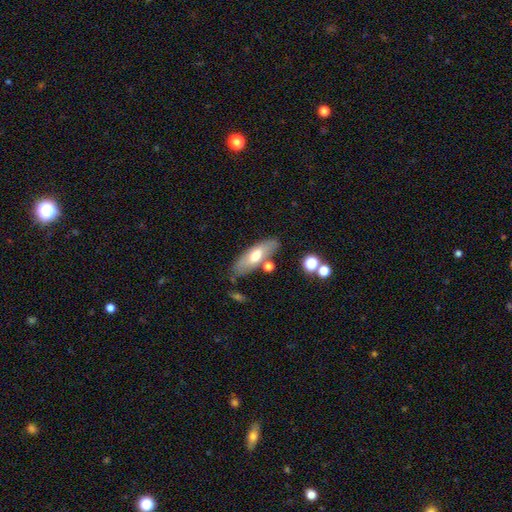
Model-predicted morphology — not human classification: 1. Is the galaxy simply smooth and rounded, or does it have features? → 61% smooth, 33% featured or disk, 7% star or artifact.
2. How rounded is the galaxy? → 64% in between, 34% cigar-shaped, 2% round.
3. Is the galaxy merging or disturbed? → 74% none, 15% minor disturbance, 7% merger, 4% major disturbance.